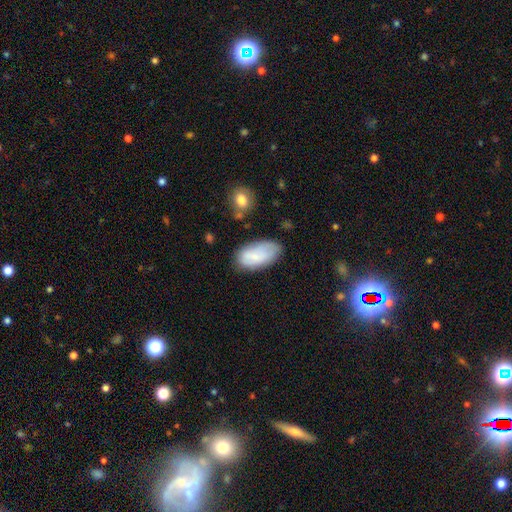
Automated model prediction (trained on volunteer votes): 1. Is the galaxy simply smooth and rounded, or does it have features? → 75% smooth, 18% featured or disk, 7% star or artifact.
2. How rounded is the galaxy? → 94% in between, 3% round, 3% cigar-shaped.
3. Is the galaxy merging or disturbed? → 67% none, 23% minor disturbance, 6% major disturbance, 4% merger.